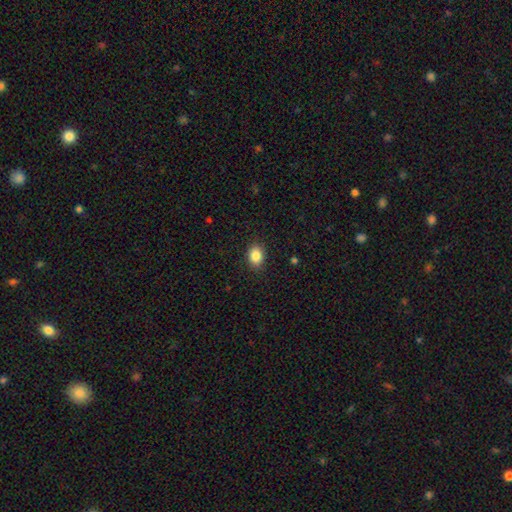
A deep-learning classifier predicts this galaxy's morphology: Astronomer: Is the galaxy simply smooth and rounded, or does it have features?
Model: smooth — 86%.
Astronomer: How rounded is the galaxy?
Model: in between — 63%.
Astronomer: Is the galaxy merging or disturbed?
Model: none — 88%.